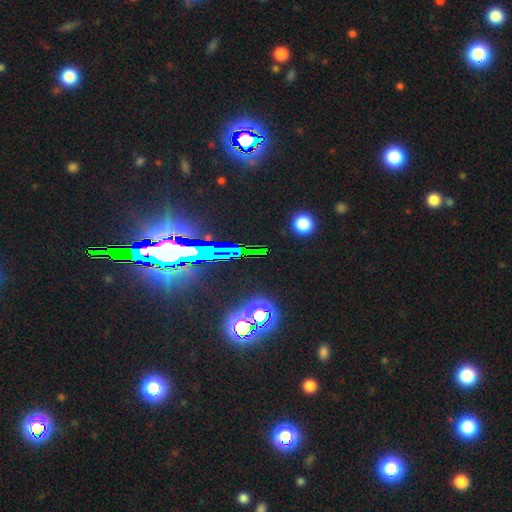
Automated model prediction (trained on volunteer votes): Smooth or featured? Predicted: star or artifact (p=0.79).